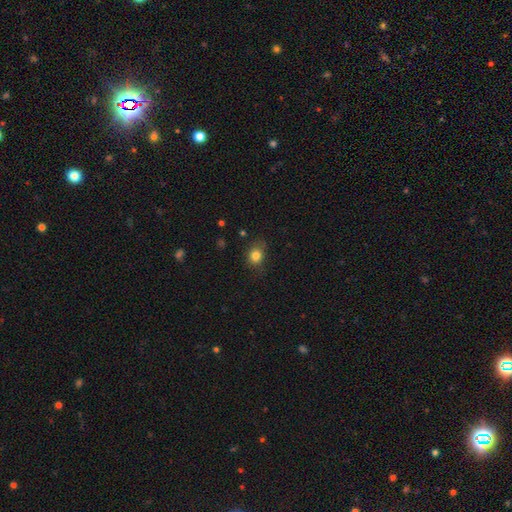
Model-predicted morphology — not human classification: smooth_or_featured: smooth (p=0.81) [alt: star or artifact p=0.11]
how_rounded: round (p=0.58) [alt: in between p=0.41]
merging: none (p=0.75) [alt: minor disturbance p=0.19]